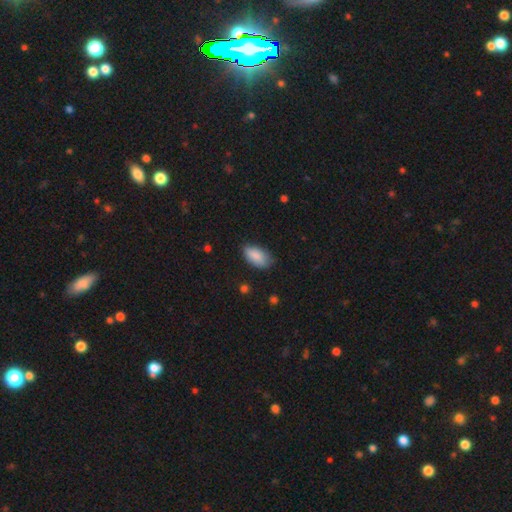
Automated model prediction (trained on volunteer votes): smooth-or-featured: smooth: 87% | star or artifact: 7% | featured or disk: 6%
  how-rounded: in between: 92% | cigar-shaped: 4% | round: 4%
  merging: none: 70% | minor disturbance: 24% | major disturbance: 4% | merger: 1%